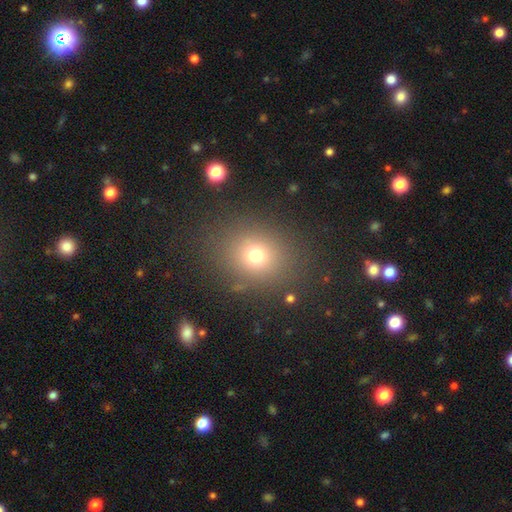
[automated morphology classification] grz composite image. It shows a smooth galaxy with no disk features (71%) that is round (65%). Merging: none (83%).